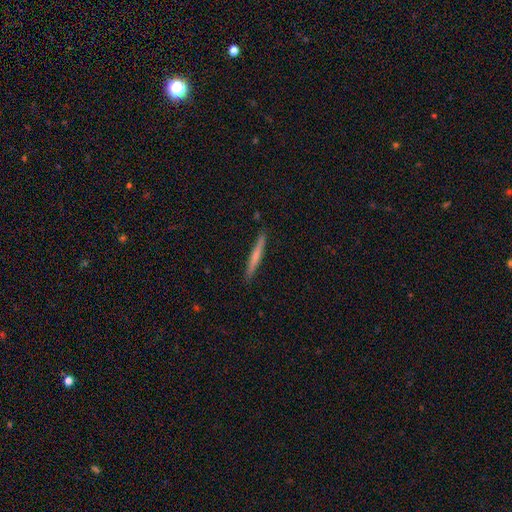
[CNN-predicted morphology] Q: Smooth or featured?
A: smooth (56%); runner-up: featured or disk (39%)
Q: How rounded?
A: cigar-shaped (97%); runner-up: in between (2%)
Q: Merging?
A: none (91%); runner-up: minor disturbance (6%)